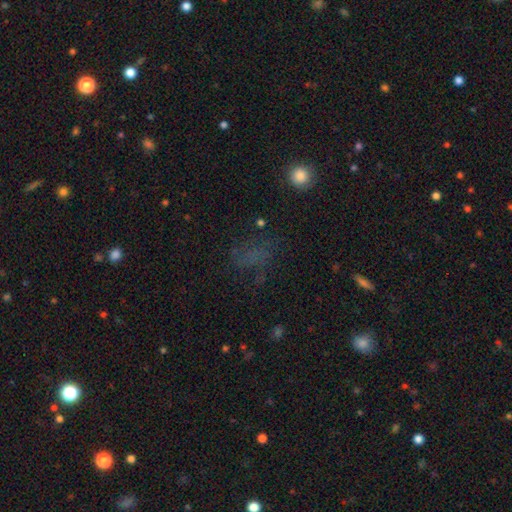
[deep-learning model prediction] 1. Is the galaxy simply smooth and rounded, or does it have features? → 43% smooth, 40% star or artifact, 17% featured or disk.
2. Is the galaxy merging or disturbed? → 63% none, 17% minor disturbance, 17% major disturbance, 3% merger.